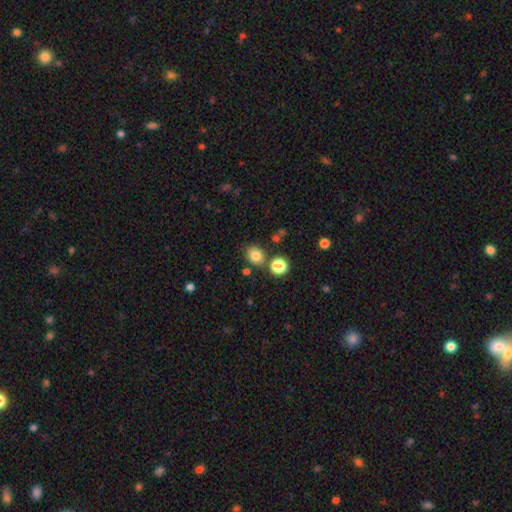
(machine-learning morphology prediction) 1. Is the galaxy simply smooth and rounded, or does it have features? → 80% smooth, 13% star or artifact, 7% featured or disk.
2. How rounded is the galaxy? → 61% round, 38% in between, 1% cigar-shaped.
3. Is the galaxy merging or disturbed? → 77% none, 11% minor disturbance, 9% merger, 3% major disturbance.